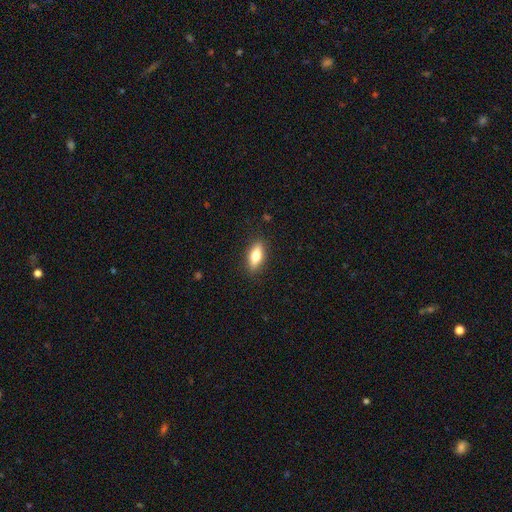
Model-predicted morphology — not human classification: Smooth or featured?
  - smooth: 70% *
  - featured or disk: 23%
  - star or artifact: 7%
How rounded?
  - in between: 72% *
  - cigar-shaped: 24%
  - round: 4%
Merging?
  - none: 88% *
  - minor disturbance: 9%
  - major disturbance: 2%
  - merger: 1%